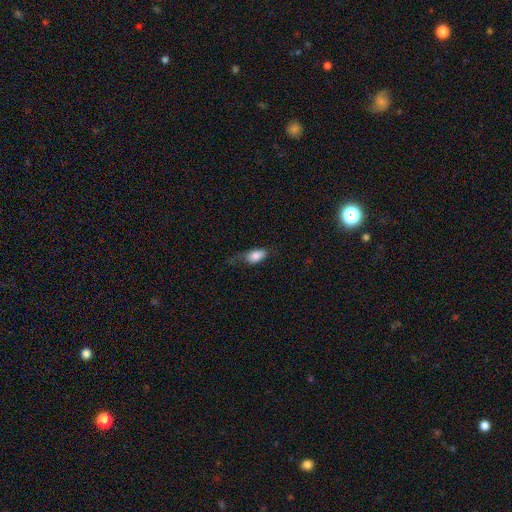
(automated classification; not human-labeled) Smooth or featured? Predicted: smooth (p=0.85). How rounded? Predicted: in between (p=0.90). Merging? Predicted: none (p=0.46).